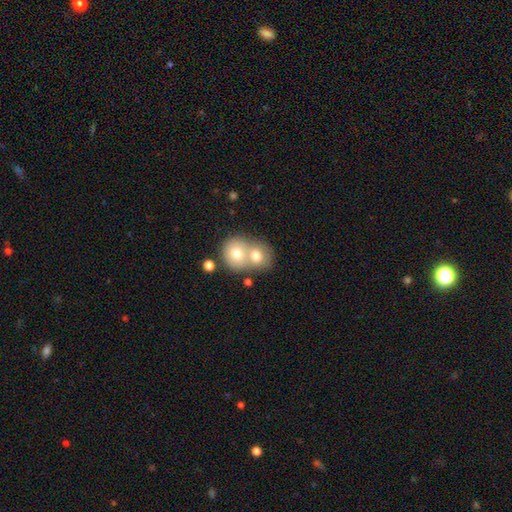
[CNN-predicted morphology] A smooth galaxy with no disk features (71%) that is round (71%). Merging: merger (69%).